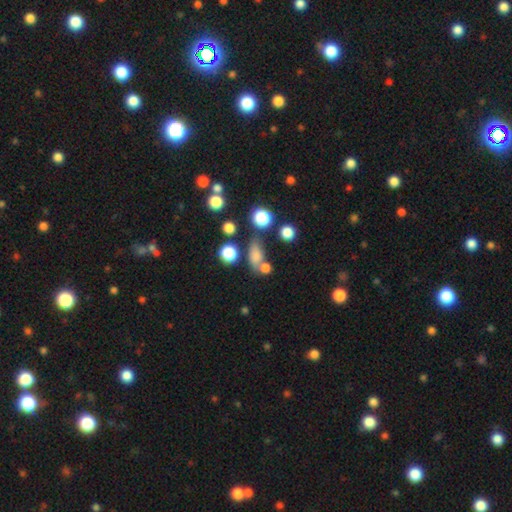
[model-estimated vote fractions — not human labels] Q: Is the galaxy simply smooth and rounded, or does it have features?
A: smooth — 72%.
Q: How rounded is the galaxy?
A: in between — 64%.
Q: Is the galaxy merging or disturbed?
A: none — 54%.